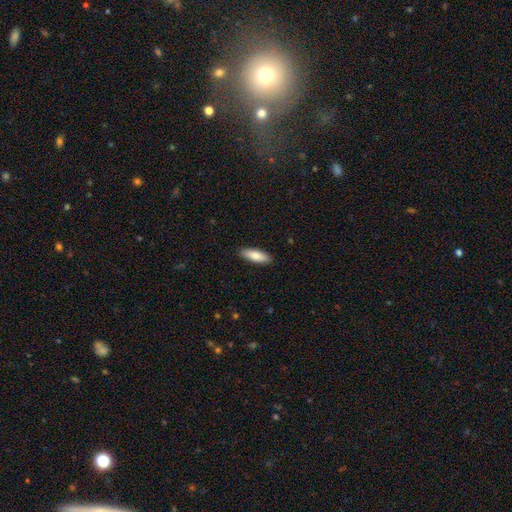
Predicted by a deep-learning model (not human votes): Q: Smooth or featured?
A: smooth (84%); runner-up: featured or disk (11%)
Q: How rounded?
A: in between (61%); runner-up: cigar-shaped (37%)
Q: Merging?
A: none (90%); runner-up: minor disturbance (8%)